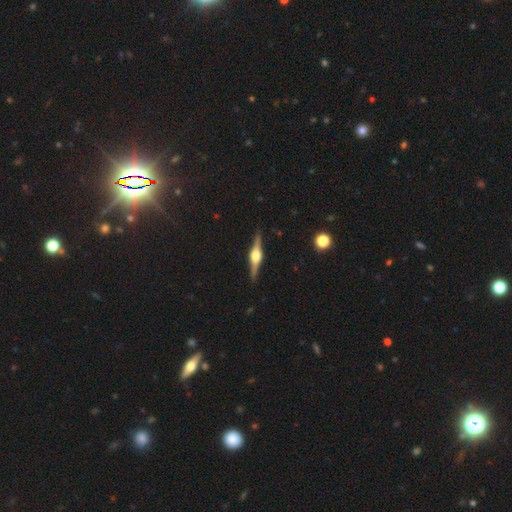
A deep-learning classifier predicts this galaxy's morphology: This is clearly a featured or disk galaxy (85%). It is clearly viewed edge-on (98%). Edge-on bulge: clearly rounded (92%). Merging: clearly none (91%).